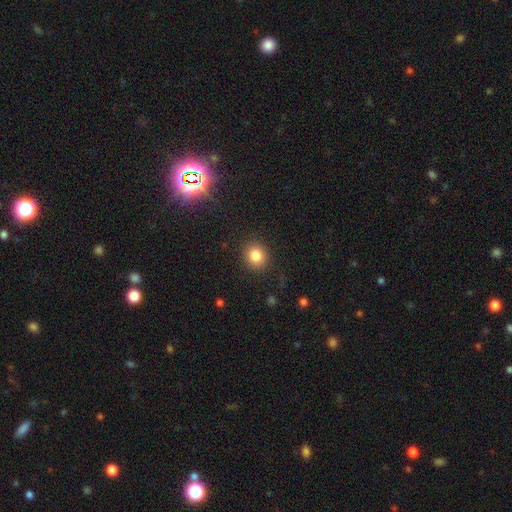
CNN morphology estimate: Q: Smooth or featured?
A: smooth (83%); runner-up: star or artifact (11%)
Q: How rounded?
A: round (82%); runner-up: in between (18%)
Q: Merging?
A: none (89%); runner-up: minor disturbance (7%)